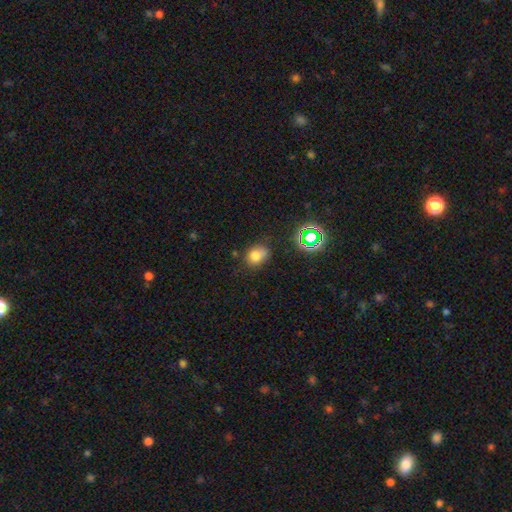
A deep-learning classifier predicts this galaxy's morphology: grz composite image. It shows a smooth galaxy with no disk features (74%) that is in between round and cigar-shaped (55%). Merging: none (65%).